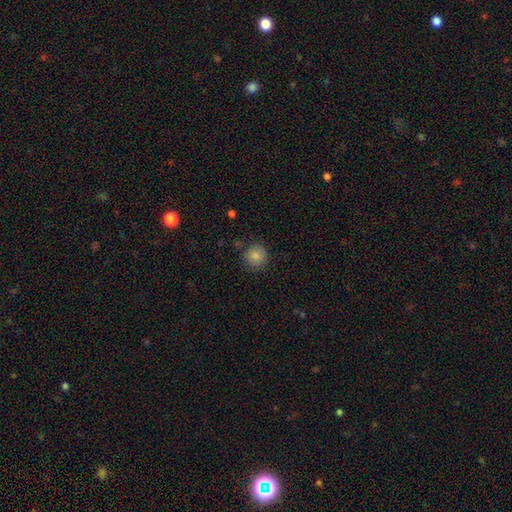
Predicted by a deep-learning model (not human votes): smooth-or-featured: smooth: 84% | star or artifact: 10% | featured or disk: 6%
  how-rounded: round: 92% | in between: 7% | cigar-shaped: 1%
  merging: none: 84% | minor disturbance: 11% | major disturbance: 3% | merger: 2%